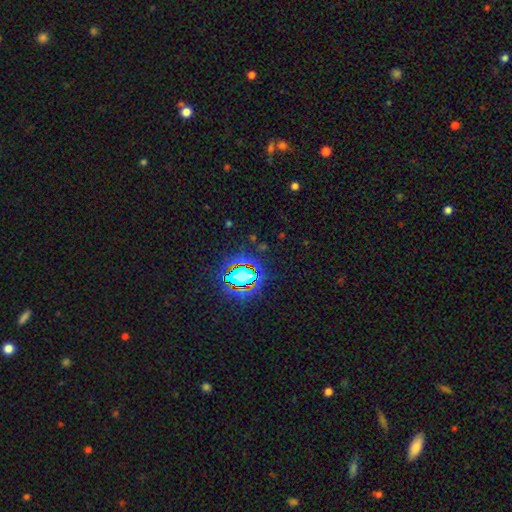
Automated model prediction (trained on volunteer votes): This is clearly a star or artifact rather than a galaxy (80%).